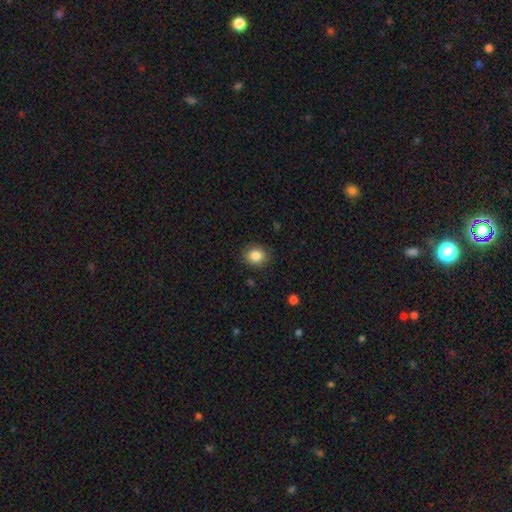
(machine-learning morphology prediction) Smooth or featured?
  - smooth: 85% *
  - star or artifact: 10%
  - featured or disk: 5%
How rounded?
  - round: 78% *
  - in between: 21%
  - cigar-shaped: 1%
Merging?
  - none: 88% *
  - minor disturbance: 9%
  - major disturbance: 2%
  - merger: 1%